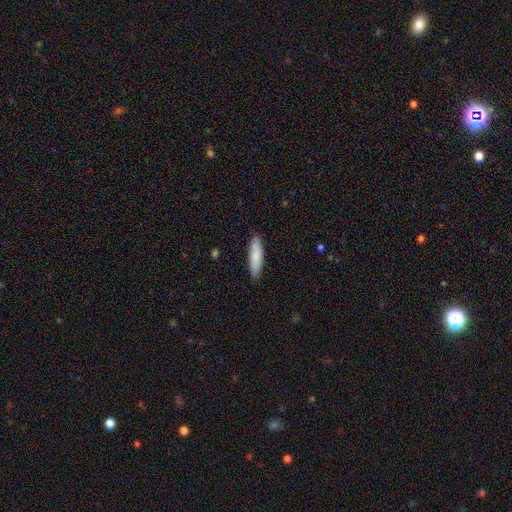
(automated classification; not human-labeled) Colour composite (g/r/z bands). It shows a smooth galaxy with no disk features (85%) that is cigar-shaped (68%). Merging: none (89%).